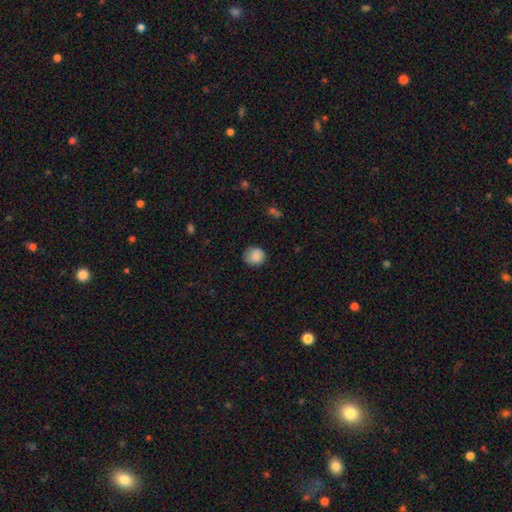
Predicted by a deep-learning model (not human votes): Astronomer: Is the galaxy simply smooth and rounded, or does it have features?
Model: smooth — 87%.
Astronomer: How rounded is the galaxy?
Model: round — 85%.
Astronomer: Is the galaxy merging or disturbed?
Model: none — 79%.